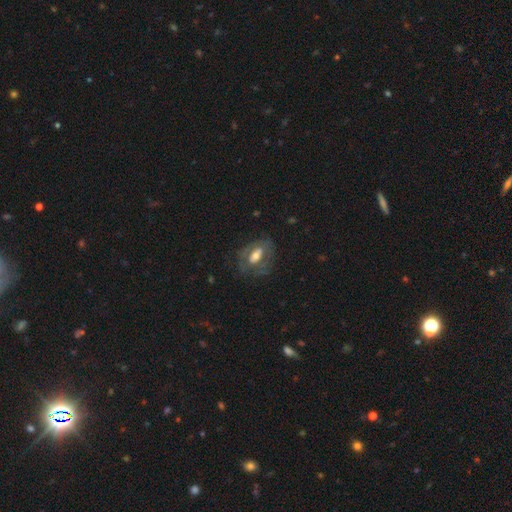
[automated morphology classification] Smooth or featured: featured or disk — 55% (smooth — 37%)
Edge-on disk: no — 92% (yes — 8%)
Bar: no — 53% (weak — 30%)
Spiral arms: no — 61% (yes — 39%)
Bulge size: moderate — 58% (large — 22%)
Merging: none — 63% (minor disturbance — 20%)